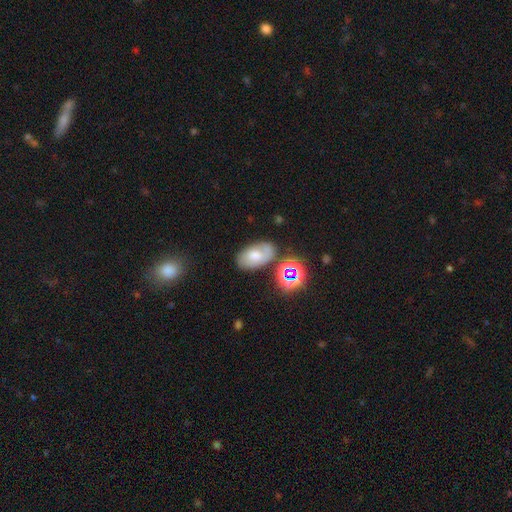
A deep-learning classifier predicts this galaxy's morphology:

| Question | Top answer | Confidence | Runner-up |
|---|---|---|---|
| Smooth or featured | smooth | 47% | featured or disk (33%) |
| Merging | none | 68% | minor disturbance (19%) |